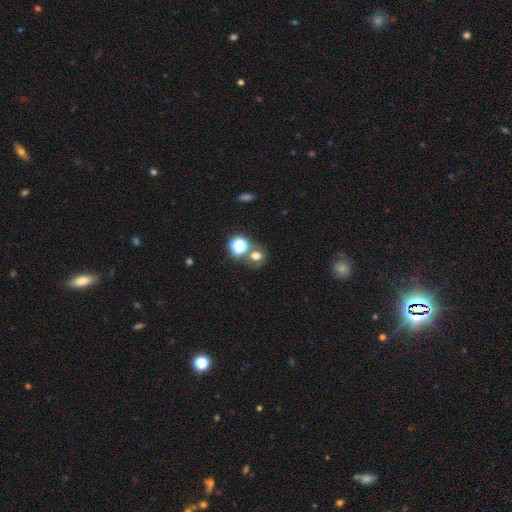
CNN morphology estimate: Overall: smooth (60%; star or artifact 26%). How rounded: round (72%). Merging: none (59%; merger 25%).